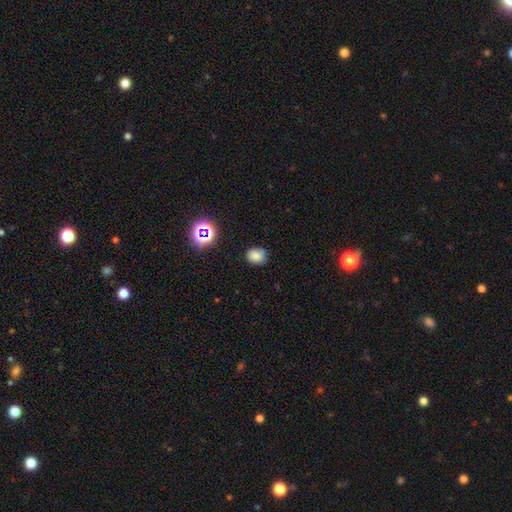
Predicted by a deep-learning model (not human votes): Overall: smooth (77%). How rounded: round (62%; in between 37%). Merging: none (75%).